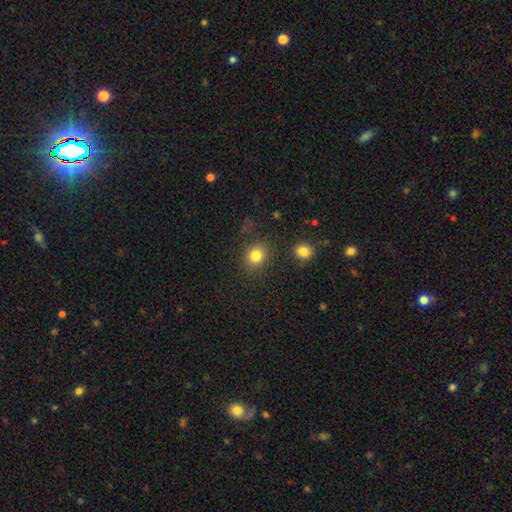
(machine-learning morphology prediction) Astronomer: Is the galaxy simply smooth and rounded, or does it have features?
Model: smooth — 83%.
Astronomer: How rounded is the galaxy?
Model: round — 68%.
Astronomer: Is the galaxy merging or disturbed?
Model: none — 81%.